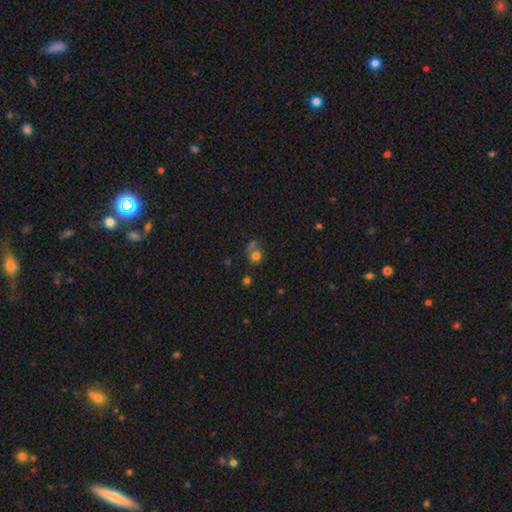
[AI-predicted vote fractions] smooth-or-featured: smooth: 72% | star or artifact: 18% | featured or disk: 10%
  how-rounded: round: 81% | in between: 18% | cigar-shaped: 1%
  merging: none: 52% | merger: 29% | minor disturbance: 11% | major disturbance: 7%